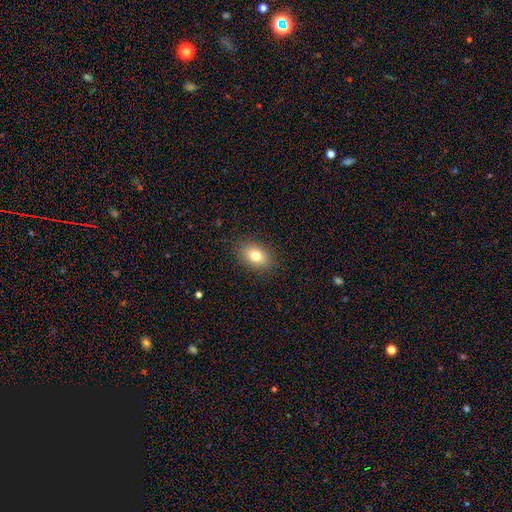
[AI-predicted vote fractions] The model was most divided on "how rounded": in between: 76%, round: 23%, cigar-shaped: 1%. More confident: merging — none (88%); smooth or featured — smooth (79%).